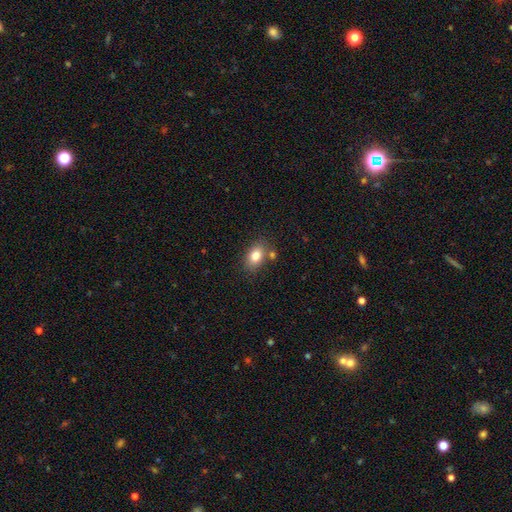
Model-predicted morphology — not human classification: Smooth or featured: smooth — 81% (featured or disk — 10%)
How rounded: in between — 79% (round — 19%)
Merging: none — 72% (minor disturbance — 13%)